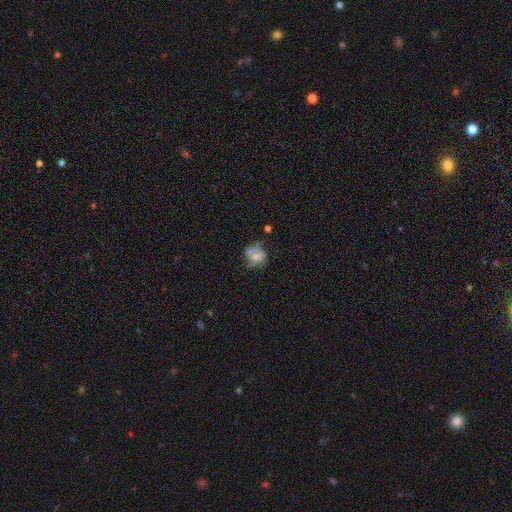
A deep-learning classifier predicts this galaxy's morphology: This appears to be a featured or disk galaxy (54%) with no bar (66%), spiral arms (67%) and a moderate central bulge (51%). Merging: none (48%).